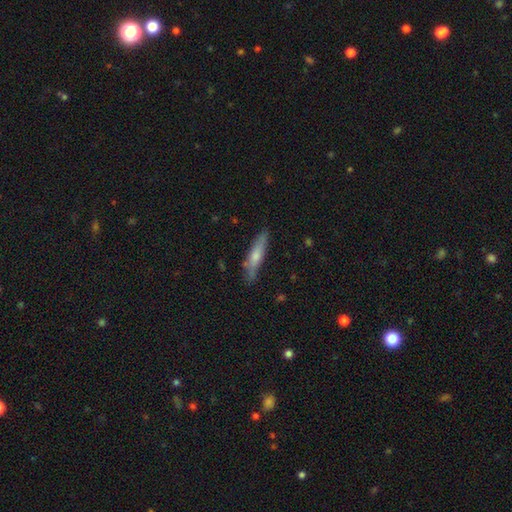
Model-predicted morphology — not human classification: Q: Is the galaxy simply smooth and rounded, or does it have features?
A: smooth — 60%.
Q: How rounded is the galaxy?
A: cigar-shaped — 84%.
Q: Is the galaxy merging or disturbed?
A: none — 78%.